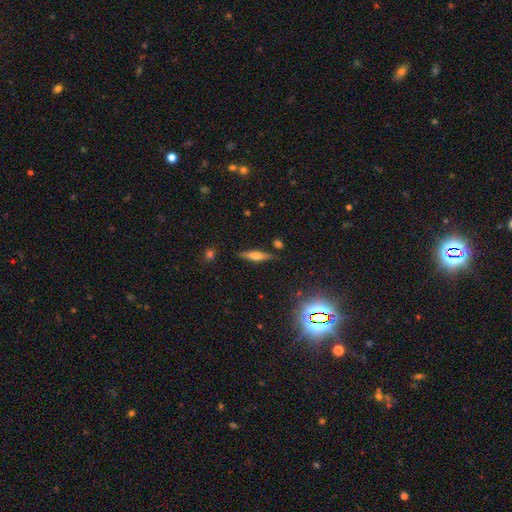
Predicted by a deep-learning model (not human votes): The model was most divided on "smooth or featured": featured or disk: 49%, smooth: 42%, star or artifact: 10%. More confident: merging — none (83%).